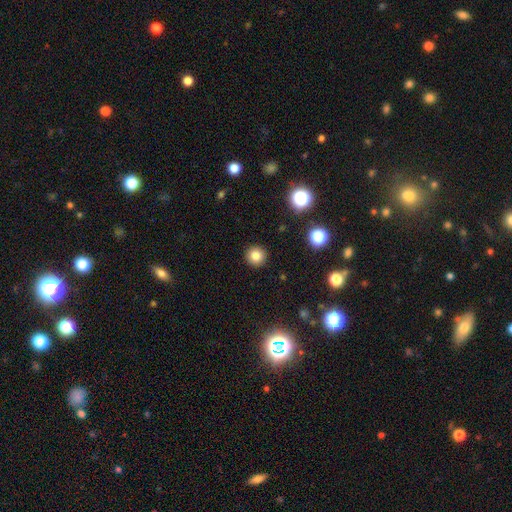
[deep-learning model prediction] Smooth or featured: smooth — 81% (star or artifact — 13%)
How rounded: round — 95% (in between — 4%)
Merging: none — 92% (minor disturbance — 5%)